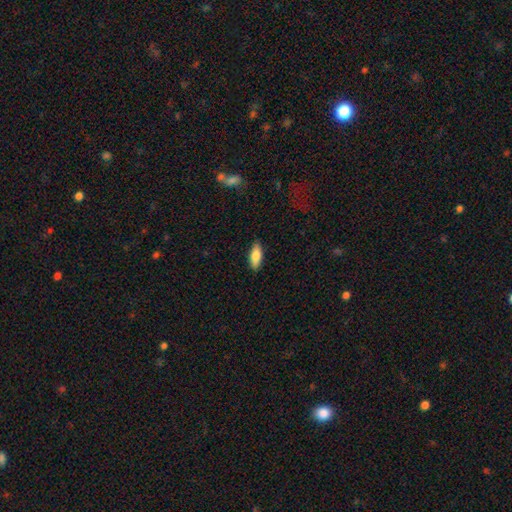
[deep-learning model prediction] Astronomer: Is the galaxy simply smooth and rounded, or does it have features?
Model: smooth — 80%.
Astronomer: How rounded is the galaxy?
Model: in between — 75%.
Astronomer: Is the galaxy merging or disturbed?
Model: none — 87%.